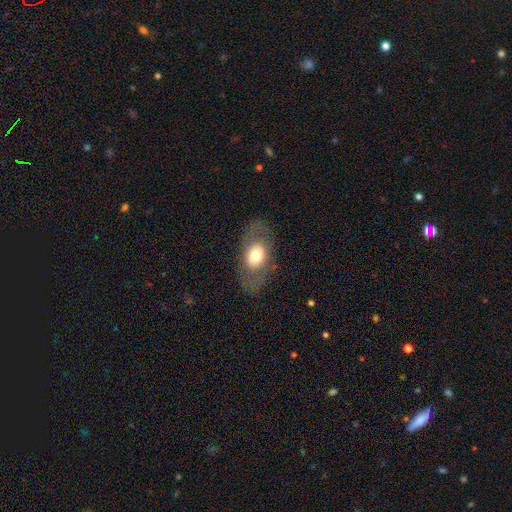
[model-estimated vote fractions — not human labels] A smooth galaxy with no disk features (60%) that is in between round and cigar-shaped (79%).

Vote fractions:
- Smooth or featured? smooth: 60% / featured or disk: 32% / star or artifact: 8%
- How rounded? in between: 79% / round: 19% / cigar-shaped: 2%
- Merging? none: 77% / minor disturbance: 13% / major disturbance: 9% / merger: 1%